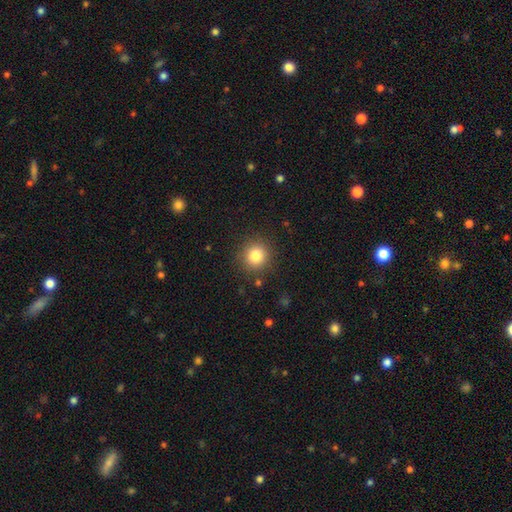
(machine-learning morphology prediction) Smooth or featured?
  - smooth: 81% *
  - star or artifact: 12%
  - featured or disk: 7%
How rounded?
  - round: 91% *
  - in between: 8%
  - cigar-shaped: 1%
Merging?
  - none: 89% *
  - minor disturbance: 7%
  - major disturbance: 3%
  - merger: 1%